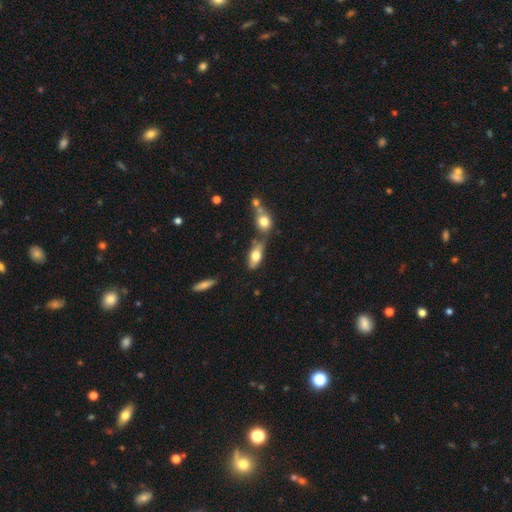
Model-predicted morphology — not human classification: This appears to be a smooth galaxy with no disk features (72%) that is in between round and cigar-shaped (82%). Merging: none (45%).